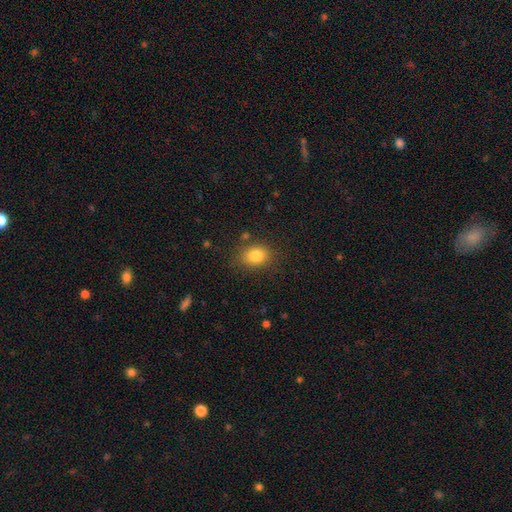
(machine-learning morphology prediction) The model was most divided on "how rounded": in between: 58%, round: 41%, cigar-shaped: 1%. More confident: smooth or featured — smooth (82%); merging — none (82%).